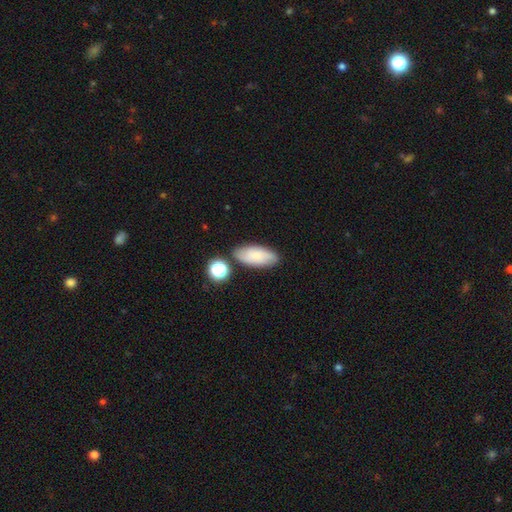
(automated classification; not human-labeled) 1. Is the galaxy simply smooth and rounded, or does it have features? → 75% smooth, 16% featured or disk, 9% star or artifact.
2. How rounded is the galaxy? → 84% in between, 12% cigar-shaped, 3% round.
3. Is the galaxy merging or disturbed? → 75% none, 14% minor disturbance, 7% merger, 3% major disturbance.